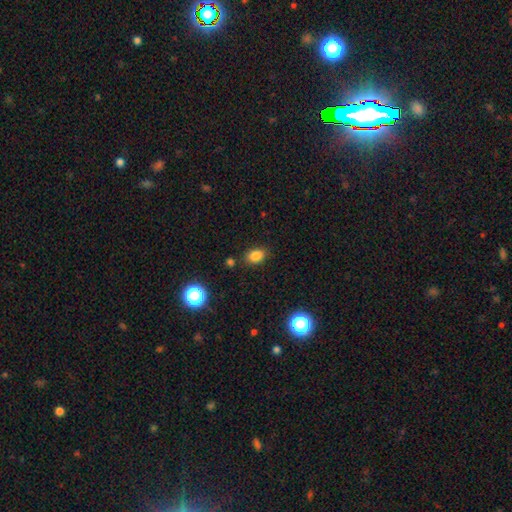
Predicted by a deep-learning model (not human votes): Morphology: type=smooth (82%); roundness=in between (76%); merging=none (82%).